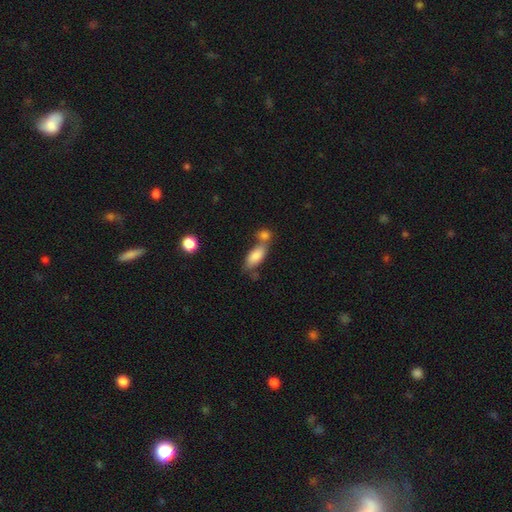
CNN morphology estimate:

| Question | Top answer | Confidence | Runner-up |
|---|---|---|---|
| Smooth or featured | smooth | 82% | featured or disk (11%) |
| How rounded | in between | 85% | cigar-shaped (12%) |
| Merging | none | 42% | merger (40%) |